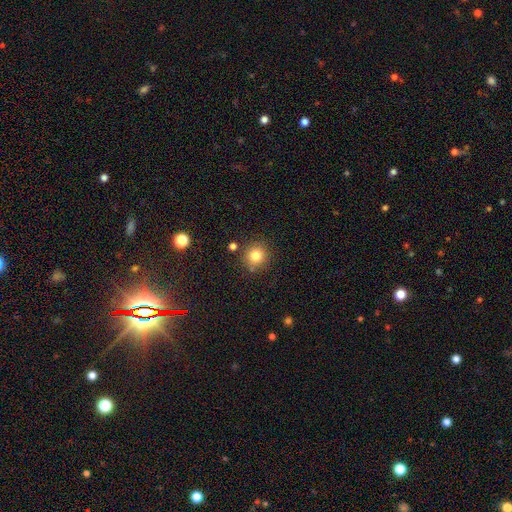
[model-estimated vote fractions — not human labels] A smooth galaxy with no disk features (81%) that is round (92%). Merging: none (84%).